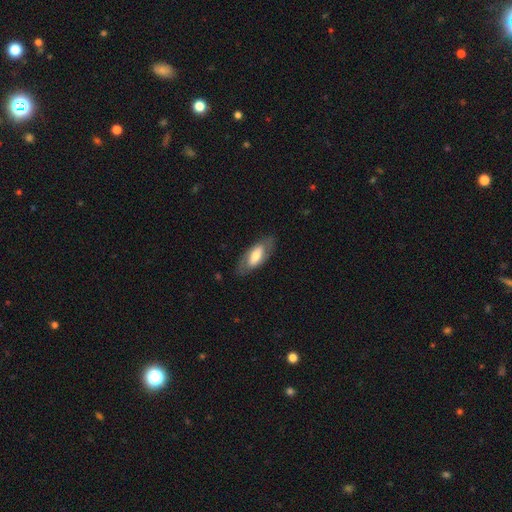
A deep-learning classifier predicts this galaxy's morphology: A smooth galaxy with no disk features (51%) that is in between round and cigar-shaped (83%).

Vote fractions:
- Smooth or featured? smooth: 51% / featured or disk: 44% / star or artifact: 6%
- How rounded? in between: 83% / cigar-shaped: 14% / round: 3%
- Merging? none: 79% / minor disturbance: 14% / major disturbance: 6% / merger: 1%